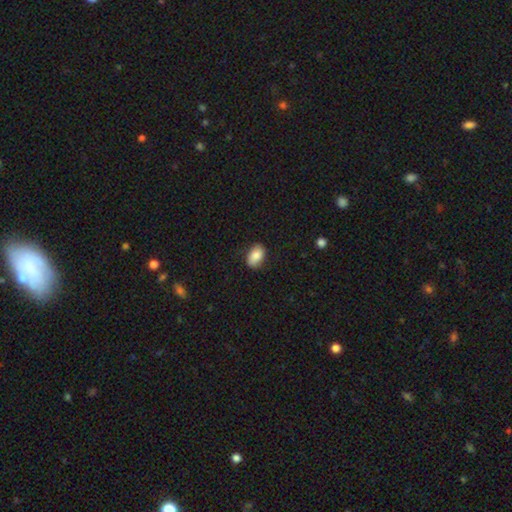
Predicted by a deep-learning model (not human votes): A smooth galaxy with no disk features (86%) that is in between round and cigar-shaped (89%).

Vote fractions:
- Smooth or featured? smooth: 86% / featured or disk: 7% / star or artifact: 7%
- How rounded? in between: 89% / round: 10% / cigar-shaped: 1%
- Merging? none: 81% / minor disturbance: 14% / major disturbance: 3% / merger: 1%